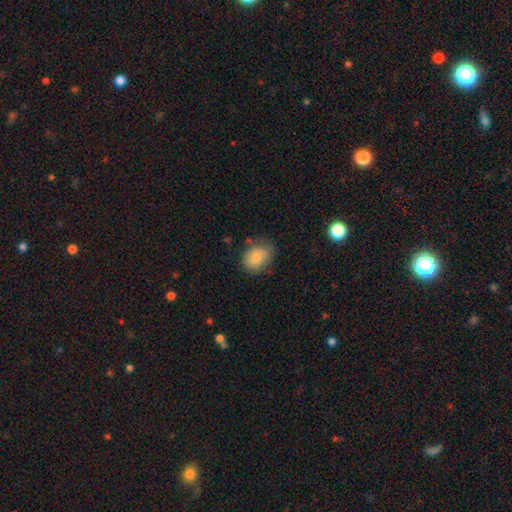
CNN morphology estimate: This appears to be a smooth galaxy with no disk features (79%) that is in between round and cigar-shaped (63%). Merging: none (64%).